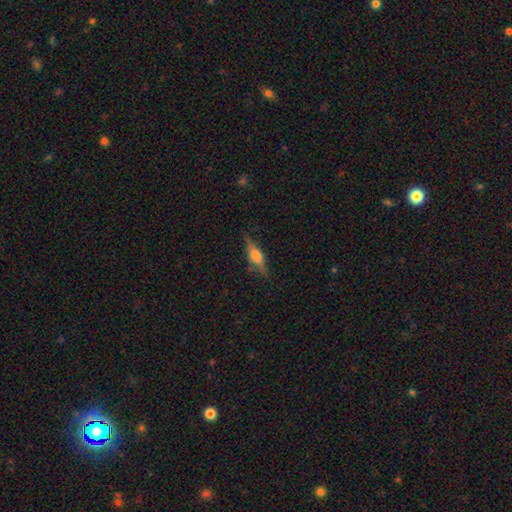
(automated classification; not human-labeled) Smooth or featured?
  - featured or disk: 54% *
  - smooth: 37%
  - star or artifact: 9%
Edge-on disk?
  - yes: 94% *
  - no: 6%
Edge-on bulge?
  - rounded: 77% *
  - boxy: 20%
  - none: 4%
Merging?
  - none: 80% *
  - minor disturbance: 14%
  - major disturbance: 4%
  - merger: 2%